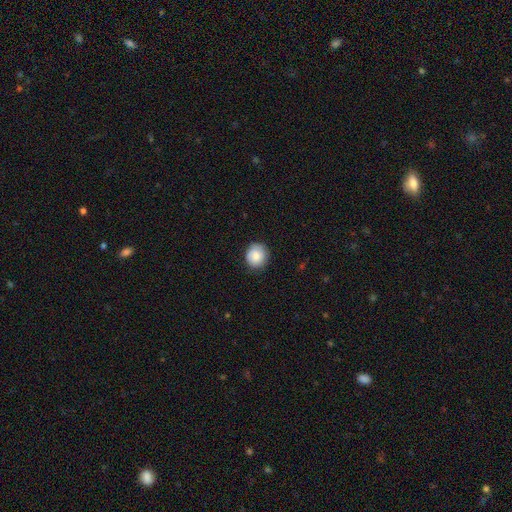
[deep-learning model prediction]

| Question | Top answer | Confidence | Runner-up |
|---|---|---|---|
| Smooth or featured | smooth | 86% | star or artifact (8%) |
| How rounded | round | 88% | in between (11%) |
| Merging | none | 84% | minor disturbance (13%) |